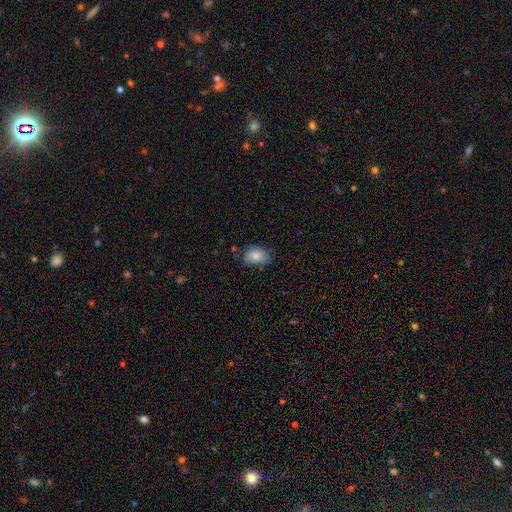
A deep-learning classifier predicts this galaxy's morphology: smooth_or_featured: smooth (p=0.83) [alt: featured or disk p=0.09]
how_rounded: in between (p=0.83) [alt: round p=0.16]
merging: none (p=0.68) [alt: minor disturbance p=0.25]